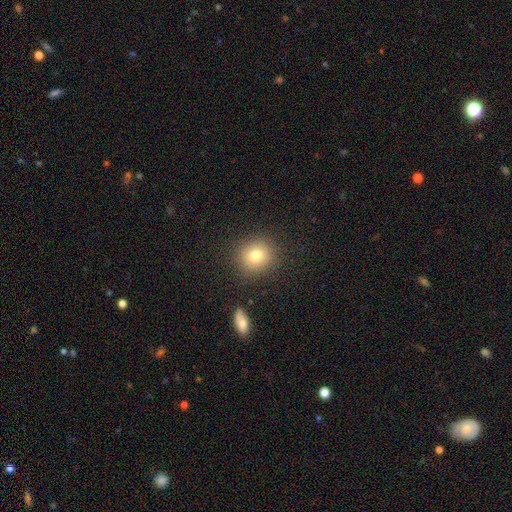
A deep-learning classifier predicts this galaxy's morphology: This is likely a smooth galaxy (77%). How rounded: clearly round (85%). Merging: clearly none (86%).